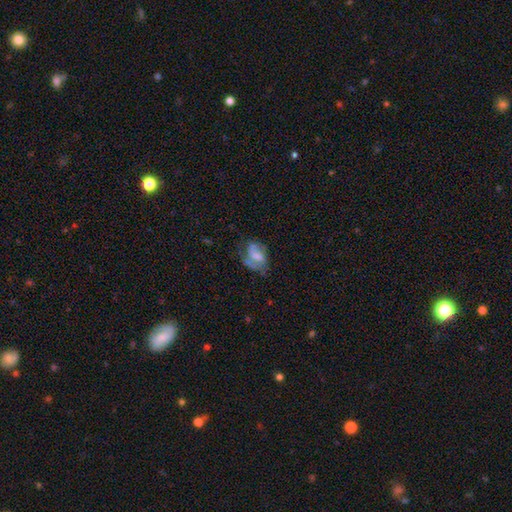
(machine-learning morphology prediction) This appears to be a featured or disk galaxy (46%). Merging: none (34%).